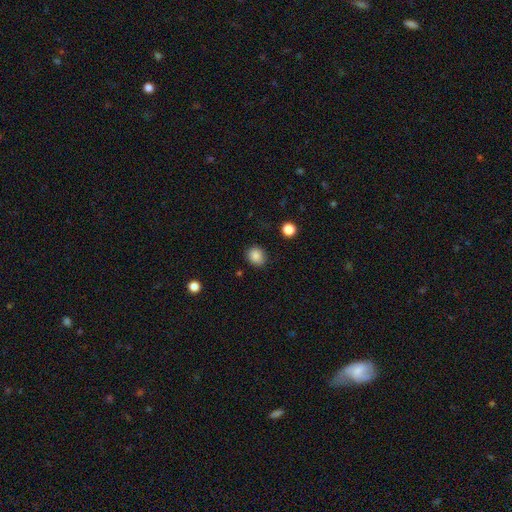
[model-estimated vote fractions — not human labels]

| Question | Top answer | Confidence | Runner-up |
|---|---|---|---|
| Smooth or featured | smooth | 86% | star or artifact (10%) |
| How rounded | round | 68% | in between (31%) |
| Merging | none | 83% | minor disturbance (13%) |